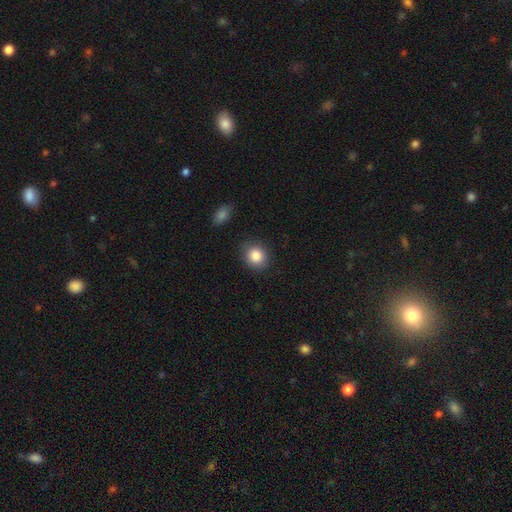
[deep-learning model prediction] Smooth or featured? smooth (86%)
How rounded? round (76%)
Merging? none (85%)